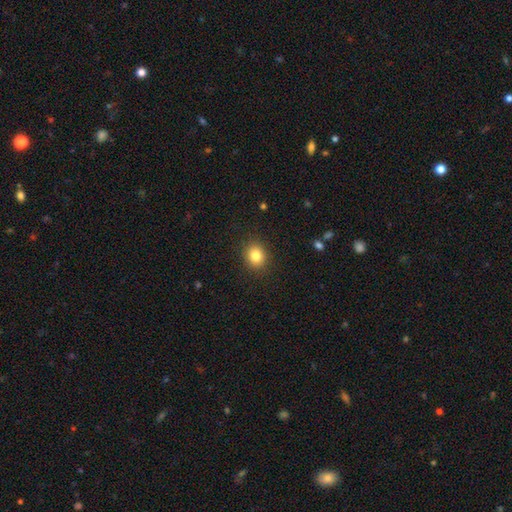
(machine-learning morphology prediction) smooth 83%, star or artifact 11%, featured or disk 6%. Down the decision tree: how rounded — round (69%); merging — none (89%).